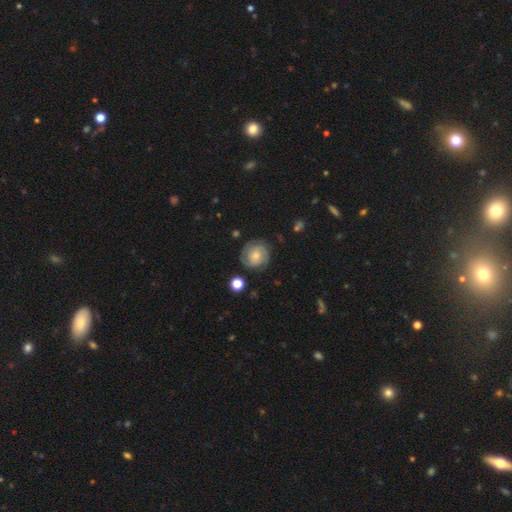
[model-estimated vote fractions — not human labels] Smooth or featured? featured or disk (63%)
Edge-on disk? no (98%)
Bar? no (75%)
Spiral arms? yes (90%)
Spiral winding? tight (67%)
Spiral arm count? 2 (48%)
Bulge size? small (54%)
Merging? none (79%)